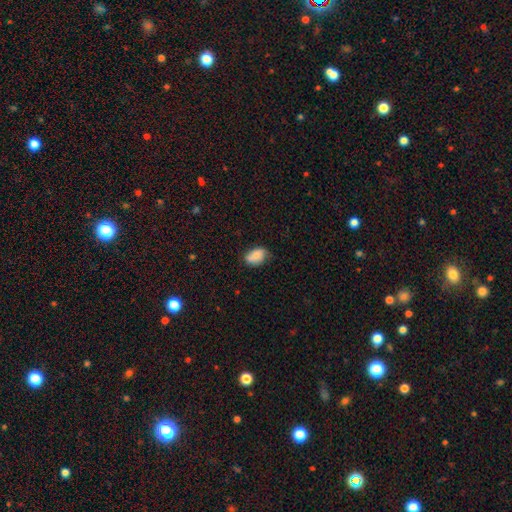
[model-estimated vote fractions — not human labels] A smooth galaxy with no disk features (77%) that is in between round and cigar-shaped (85%).

Vote fractions:
- Smooth or featured? smooth: 77% / featured or disk: 15% / star or artifact: 8%
- How rounded? in between: 85% / round: 13% / cigar-shaped: 1%
- Merging? none: 63% / minor disturbance: 30% / major disturbance: 6% / merger: 2%